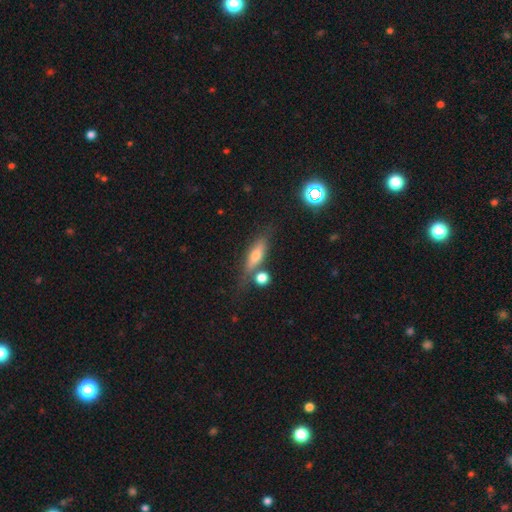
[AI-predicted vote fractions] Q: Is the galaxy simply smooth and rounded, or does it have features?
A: smooth — 49%.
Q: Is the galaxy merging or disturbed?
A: none — 67%.